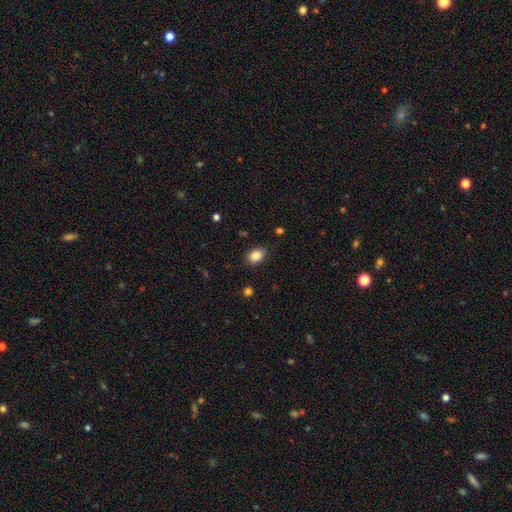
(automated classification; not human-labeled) smooth 87%, star or artifact 9%, featured or disk 5%. Down the decision tree: how rounded — in between (73%); merging — none (85%).